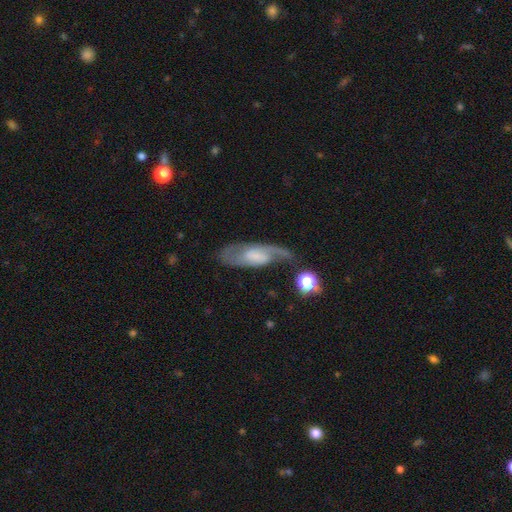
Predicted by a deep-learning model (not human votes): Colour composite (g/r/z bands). It shows a featured or disk galaxy (73%) with a weak bar (44%), 2 (69%) medium (46%) spiral arms (91%) and no central bulge (32%). Merging: none (57%).